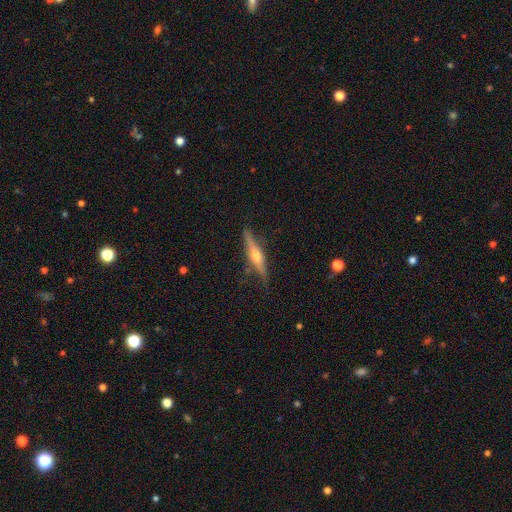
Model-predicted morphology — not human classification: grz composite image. It shows a featured or disk galaxy (67%) viewed edge-on (96%) with a rounded central bulge (92%). Merging: none (83%).